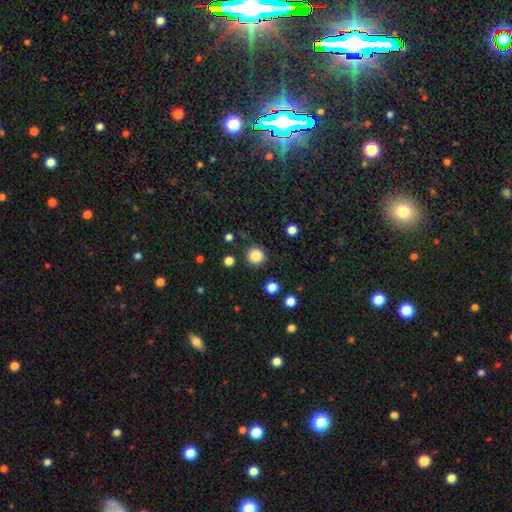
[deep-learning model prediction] A smooth galaxy with no disk features (85%) that is round (92%).

Vote fractions:
- Smooth or featured? smooth: 85% / star or artifact: 11% / featured or disk: 4%
- How rounded? round: 92% / in between: 7% / cigar-shaped: 1%
- Merging? none: 88% / minor disturbance: 7% / major disturbance: 3% / merger: 2%